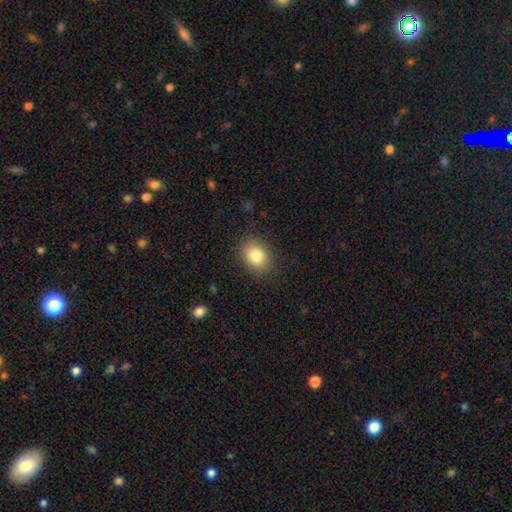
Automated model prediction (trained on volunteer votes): Q: Smooth or featured?
A: smooth (84%); runner-up: star or artifact (9%)
Q: How rounded?
A: in between (55%); runner-up: round (44%)
Q: Merging?
A: none (87%); runner-up: minor disturbance (9%)